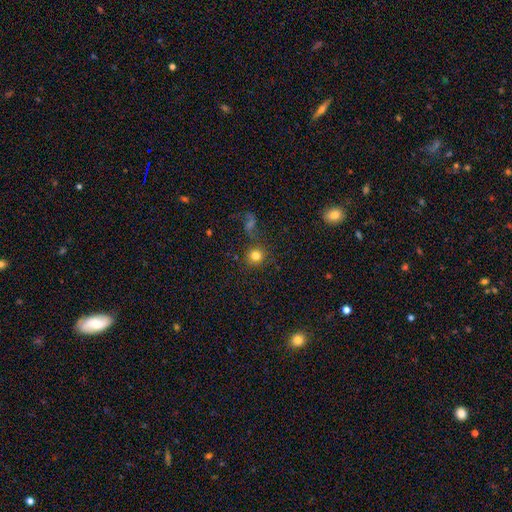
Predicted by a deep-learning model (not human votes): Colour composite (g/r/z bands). It shows a smooth galaxy with no disk features (80%) that is round (91%). Merging: none (79%).